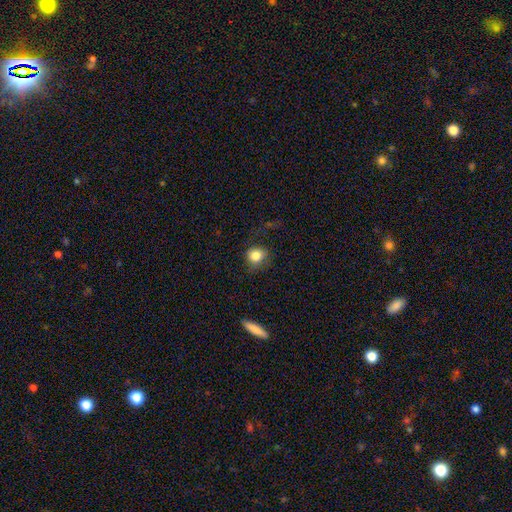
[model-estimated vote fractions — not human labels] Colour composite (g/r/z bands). It shows a smooth galaxy with no disk features (83%) that is round (76%). Merging: none (71%).